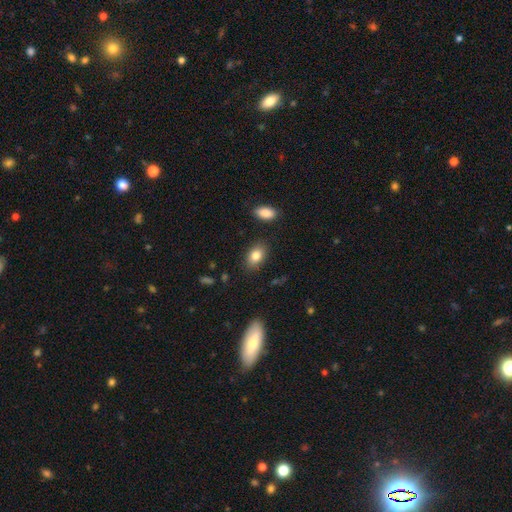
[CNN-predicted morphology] type=smooth (82%); roundness=in between (86%); merging=none (86%).